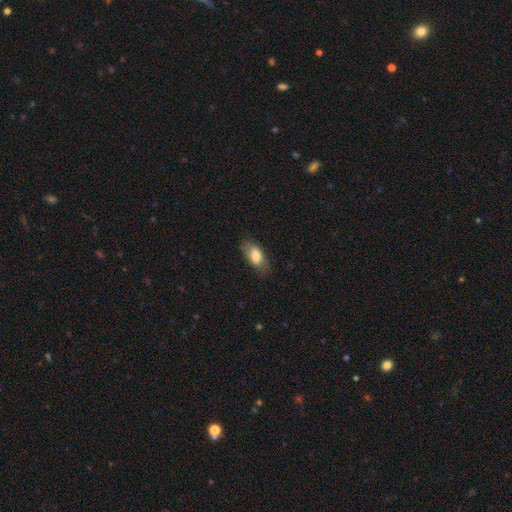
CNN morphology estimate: Smooth or featured? Predicted: smooth (p=0.72). How rounded? Predicted: in between (p=0.87). Merging? Predicted: none (p=0.71).